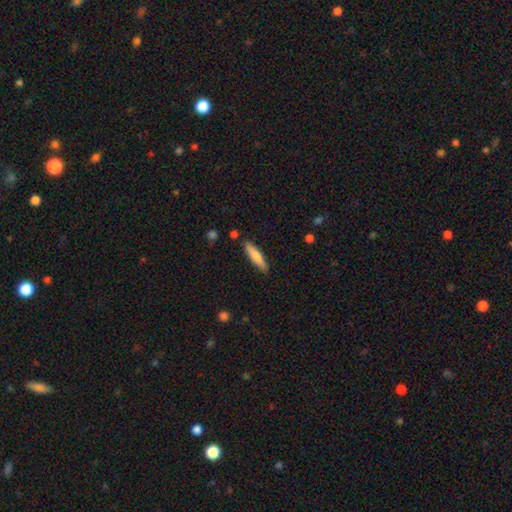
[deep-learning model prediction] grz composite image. It shows a smooth galaxy with no disk features (73%) that is cigar-shaped (82%). Merging: none (87%).